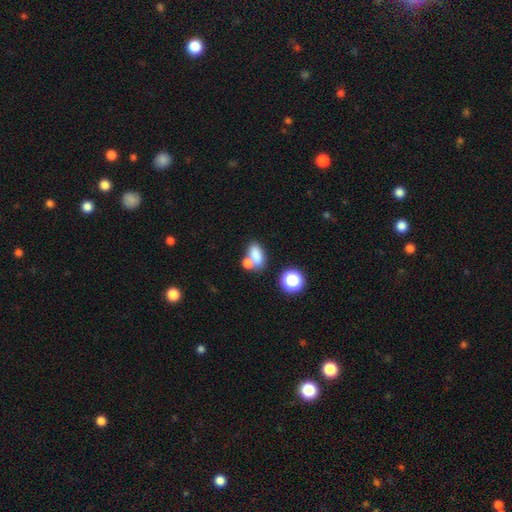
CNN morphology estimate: Q: Smooth or featured?
A: smooth (79%); runner-up: star or artifact (11%)
Q: How rounded?
A: in between (83%); runner-up: round (13%)
Q: Merging?
A: none (42%); tied with: merger (42%)